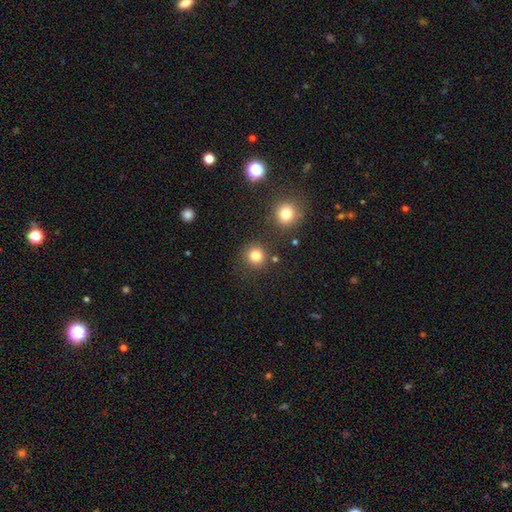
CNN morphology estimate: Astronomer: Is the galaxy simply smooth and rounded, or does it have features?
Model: smooth — 81%.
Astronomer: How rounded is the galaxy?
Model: round — 93%.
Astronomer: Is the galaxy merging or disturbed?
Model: none — 84%.